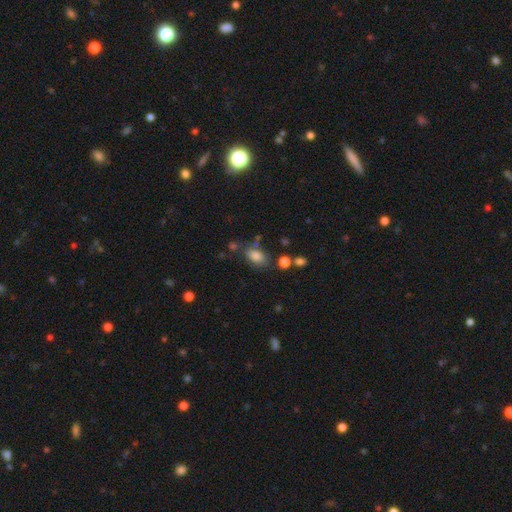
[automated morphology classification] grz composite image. It shows a smooth galaxy with no disk features (82%) that is in between round and cigar-shaped (87%). Merging: none (65%).